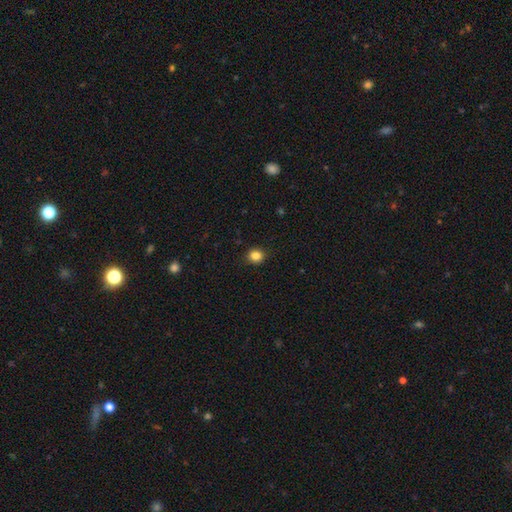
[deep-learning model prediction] A smooth galaxy with no disk features (84%) that is round (83%).

Vote fractions:
- Smooth or featured? smooth: 84% / star or artifact: 11% / featured or disk: 5%
- How rounded? round: 83% / in between: 16% / cigar-shaped: 1%
- Merging? none: 90% / minor disturbance: 7% / major disturbance: 2% / merger: 1%